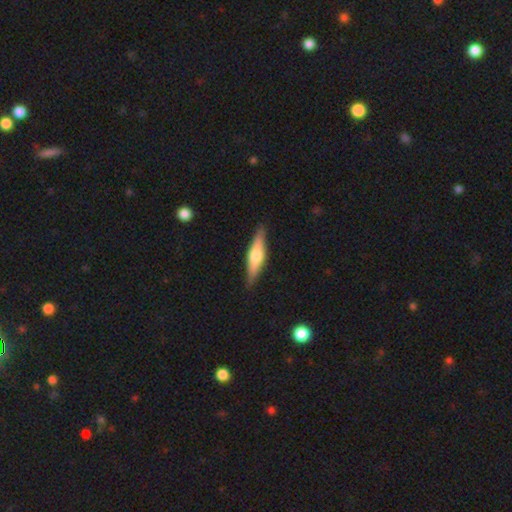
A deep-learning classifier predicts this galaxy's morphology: Q: Smooth or featured?
A: featured or disk (55%); runner-up: smooth (40%)
Q: Edge-on disk?
A: yes (95%); runner-up: no (5%)
Q: Edge-on bulge?
A: rounded (87%); runner-up: boxy (9%)
Q: Merging?
A: none (88%); runner-up: minor disturbance (9%)